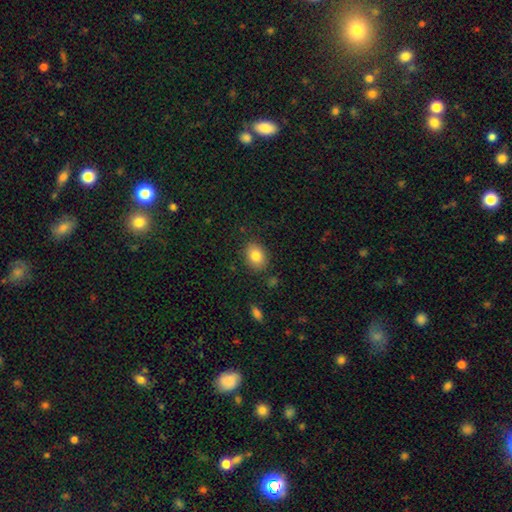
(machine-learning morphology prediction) This is clearly a smooth galaxy (83%). How rounded: likely in between (66%). Merging: clearly none (85%).